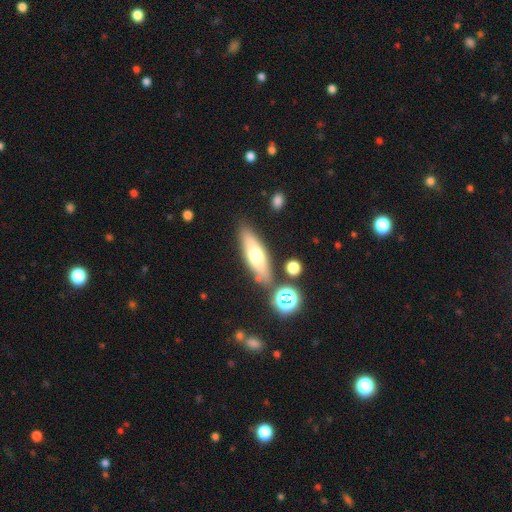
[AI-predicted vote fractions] smooth_or_featured: smooth (p=0.57) [alt: featured or disk p=0.35]
how_rounded: cigar-shaped (p=0.52) [alt: in between p=0.45]
merging: none (p=0.80) [alt: minor disturbance p=0.11]